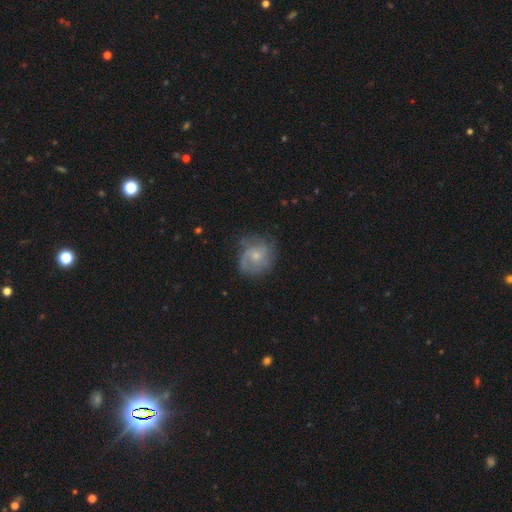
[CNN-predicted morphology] type=featured or disk (60%); edge-on=no (98%); bar=no (75%); spiral arms=yes (83%); bulge=small (59%); merging=none (62%).